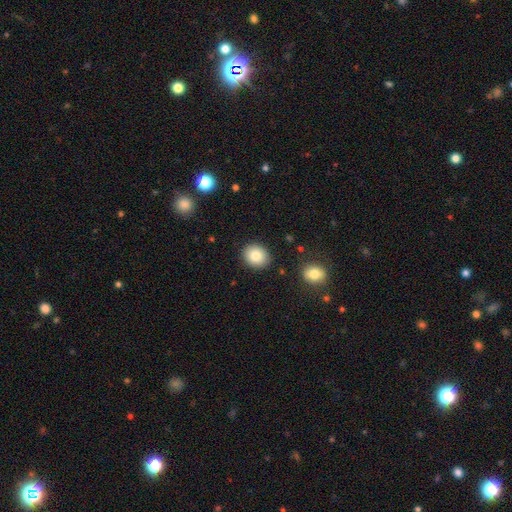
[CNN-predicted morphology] This is clearly a smooth galaxy (82%). How rounded: likely round (69%). Merging: clearly none (88%).